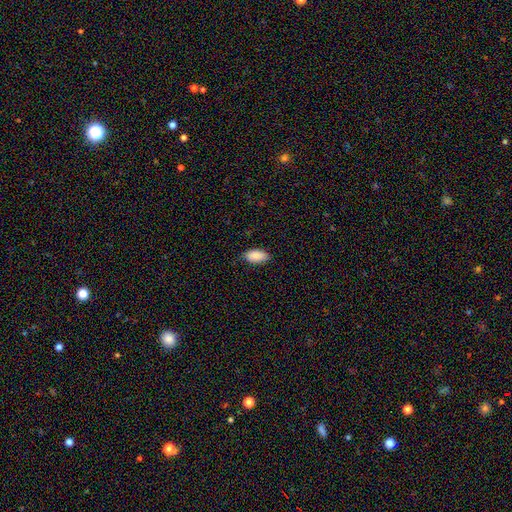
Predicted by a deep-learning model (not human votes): Overall: smooth (88%). How rounded: in between (94%). Merging: none (81%).